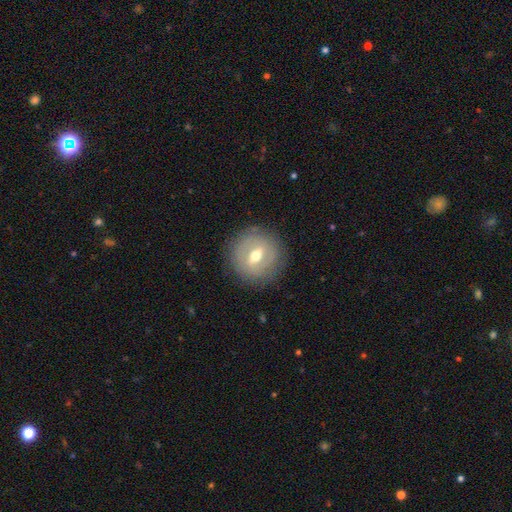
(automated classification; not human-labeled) Smooth or featured: featured or disk — 56% (smooth — 35%)
Edge-on disk: no — 91% (yes — 9%)
Bar: weak — 49% (strong — 34%)
Spiral arms: no — 66% (yes — 34%)
Bulge size: moderate — 73% (small — 19%)
Merging: none — 86% (minor disturbance — 9%)